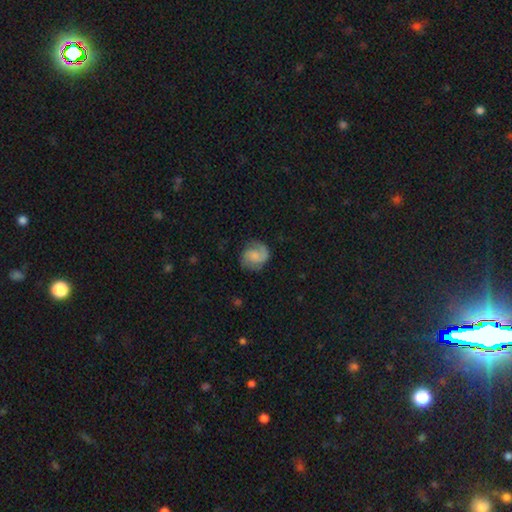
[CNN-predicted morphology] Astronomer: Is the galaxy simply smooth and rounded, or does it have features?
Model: featured or disk — 61%.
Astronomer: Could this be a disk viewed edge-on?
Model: no — 98%.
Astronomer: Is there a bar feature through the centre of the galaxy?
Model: no — 56% (runner-up: weak, 37%).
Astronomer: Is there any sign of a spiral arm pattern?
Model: yes — 94%.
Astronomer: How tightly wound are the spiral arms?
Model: medium — 47% (runner-up: tight, 29%).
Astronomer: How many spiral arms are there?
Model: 2 — 78%.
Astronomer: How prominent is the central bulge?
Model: none — 37% (runner-up: small, 27%).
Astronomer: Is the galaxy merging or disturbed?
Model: none — 74%.